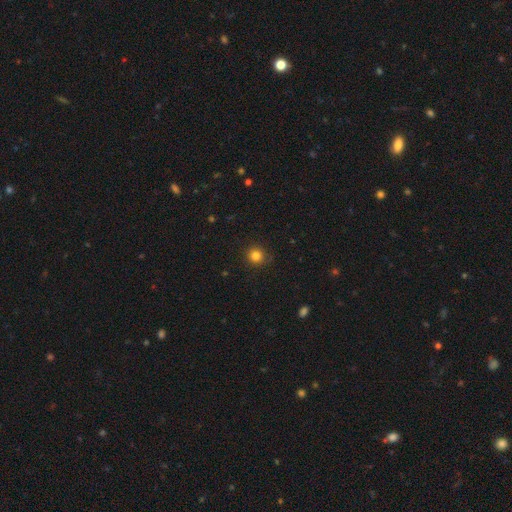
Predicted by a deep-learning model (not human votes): This is clearly a smooth galaxy (83%). How rounded: clearly round (93%). Merging: clearly none (89%).